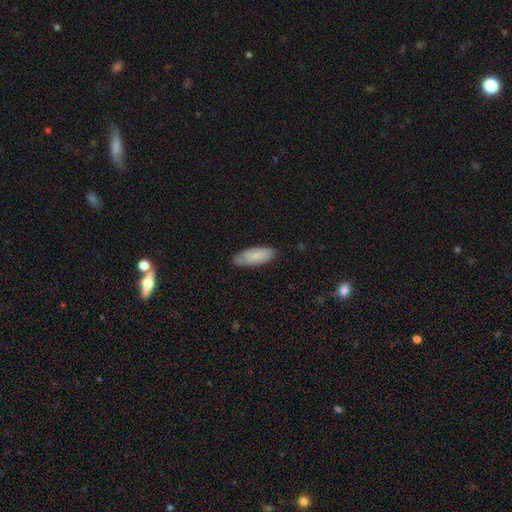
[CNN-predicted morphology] smooth_or_featured: smooth (p=0.82) [alt: featured or disk p=0.12]
how_rounded: in between (p=0.75) [alt: cigar-shaped p=0.24]
merging: none (p=0.84) [alt: minor disturbance p=0.13]